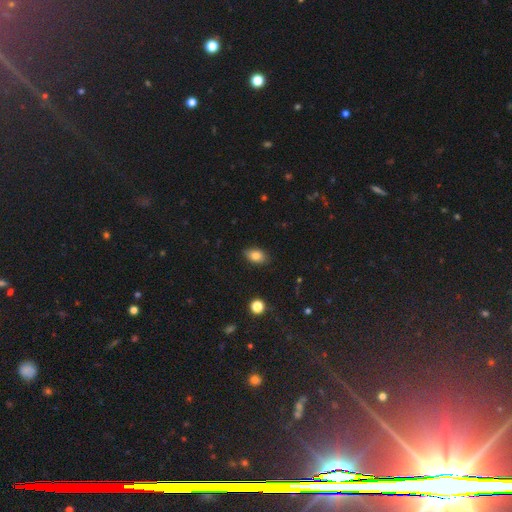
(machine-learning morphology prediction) Q: Smooth or featured?
A: smooth (81%); runner-up: star or artifact (9%)
Q: How rounded?
A: in between (87%); runner-up: round (11%)
Q: Merging?
A: none (84%); runner-up: minor disturbance (12%)